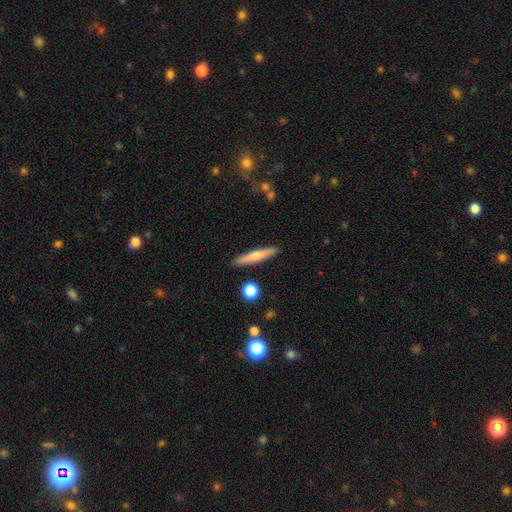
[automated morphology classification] Overall: smooth (67%; featured or disk 27%). How rounded: cigar-shaped (92%). Merging: none (90%).